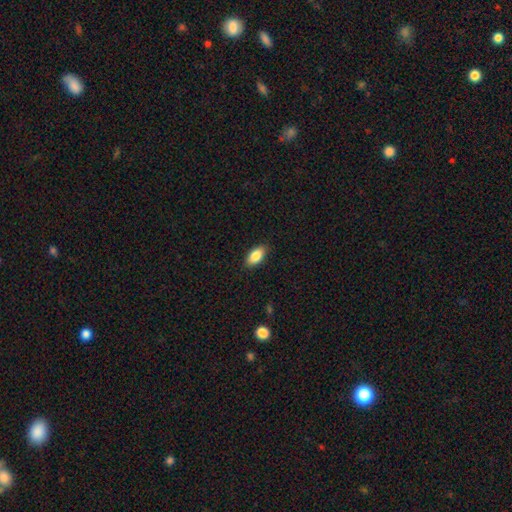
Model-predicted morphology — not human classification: smooth 85%, featured or disk 8%, star or artifact 7%. Down the decision tree: how rounded — in between (92%); merging — none (88%).